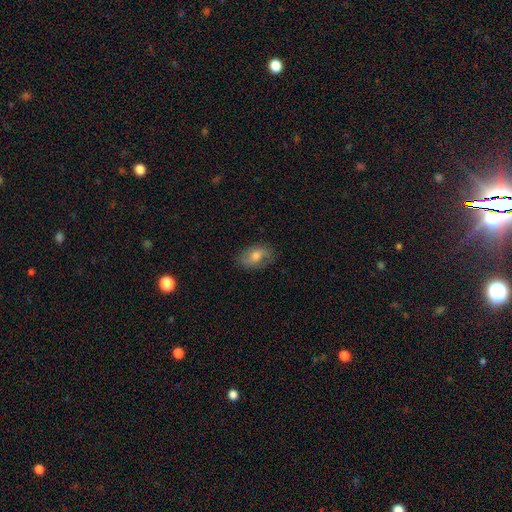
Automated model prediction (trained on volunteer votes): smooth 58%, featured or disk 32%, star or artifact 10%. Down the decision tree: how rounded — in between (83%); merging — none (78%).